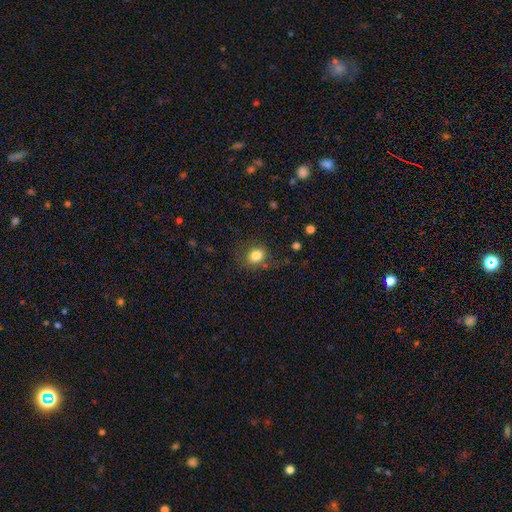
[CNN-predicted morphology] Smooth or featured? smooth (82%)
How rounded? round (57%)
Merging? none (71%)